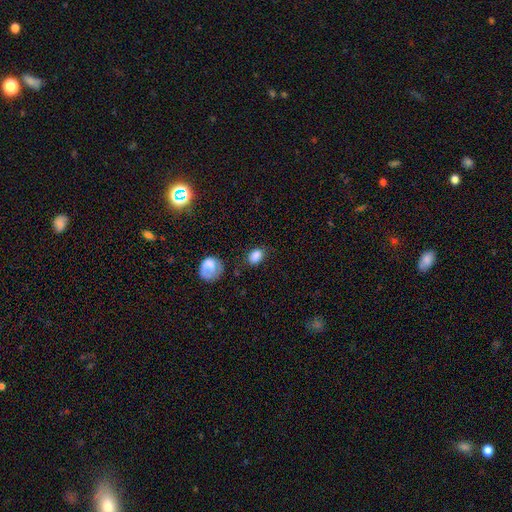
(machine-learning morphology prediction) Smooth or featured?
  - smooth: 85% *
  - star or artifact: 9%
  - featured or disk: 6%
How rounded?
  - in between: 71% *
  - round: 28%
  - cigar-shaped: 1%
Merging?
  - none: 70% *
  - minor disturbance: 19%
  - major disturbance: 6%
  - merger: 5%